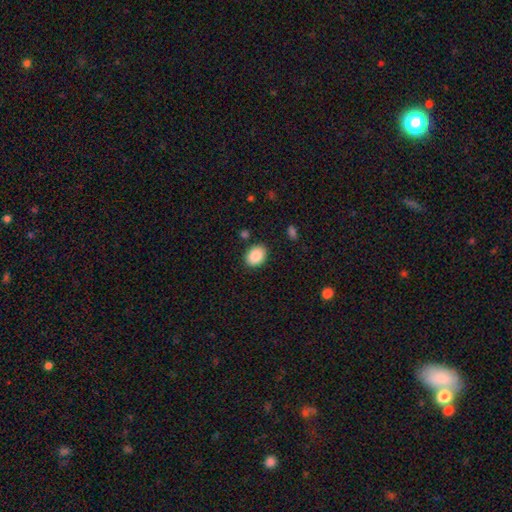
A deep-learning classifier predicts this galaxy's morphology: smooth_or_featured: smooth (p=0.88) [alt: star or artifact p=0.07]
how_rounded: in between (p=0.67) [alt: round p=0.32]
merging: none (p=0.87) [alt: minor disturbance p=0.09]